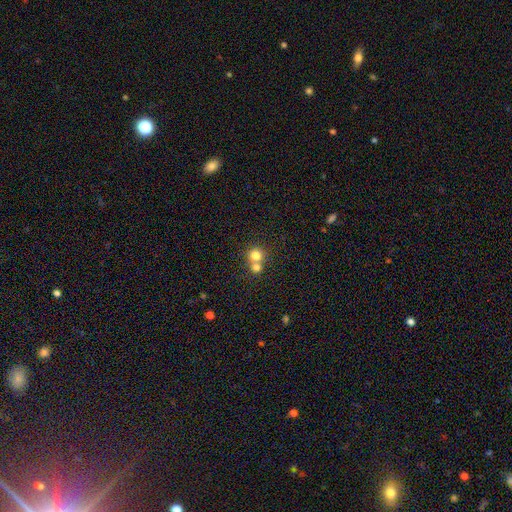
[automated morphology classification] Smooth or featured? Predicted: smooth (p=0.78). How rounded? Predicted: round (p=0.86). Merging? Predicted: merger (p=0.51).